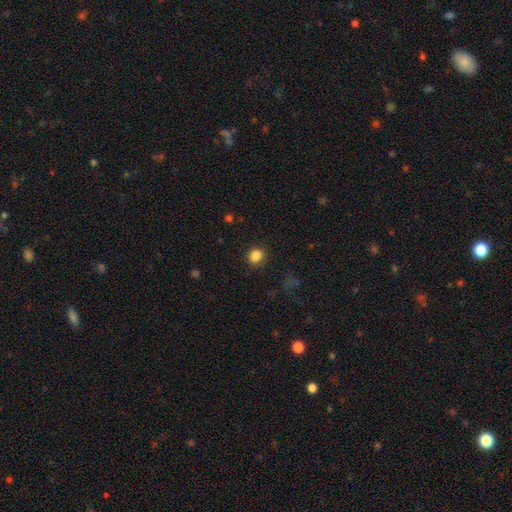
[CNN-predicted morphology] A smooth galaxy with no disk features (86%) that is round (73%). Merging: none (87%).